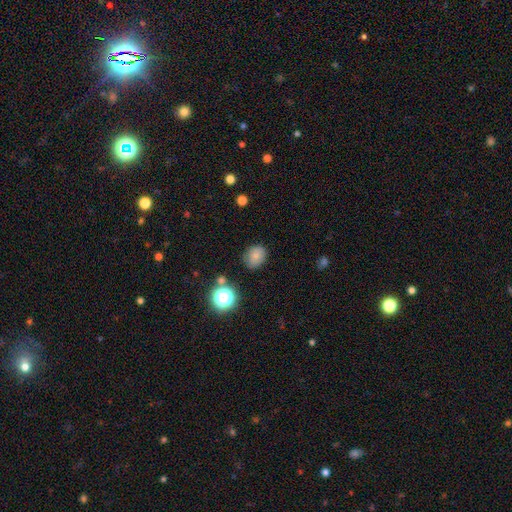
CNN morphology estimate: This is likely a smooth galaxy (78%). How rounded: possibly round (58%). Merging: likely none (77%).